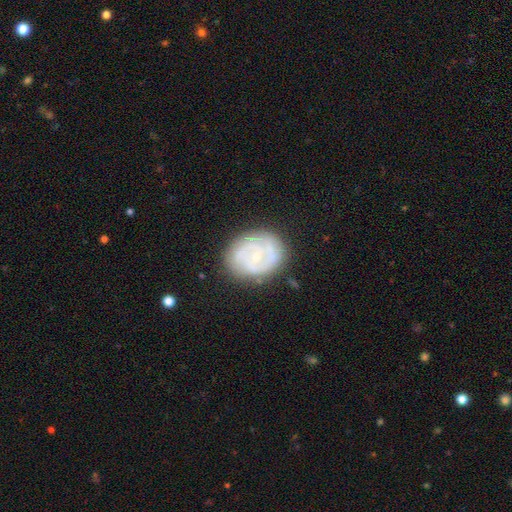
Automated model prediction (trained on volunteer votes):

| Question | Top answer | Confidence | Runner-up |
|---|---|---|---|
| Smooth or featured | featured or disk | 70% | smooth (23%) |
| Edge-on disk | no | 98% | yes (2%) |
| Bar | no | 71% | weak (24%) |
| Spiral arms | yes | 80% | no (20%) |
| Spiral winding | tight | 64% | medium (27%) |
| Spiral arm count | can't tell | 37% | 2 (34%) |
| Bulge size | small | 75% | moderate (18%) |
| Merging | none | 77% | minor disturbance (16%) |